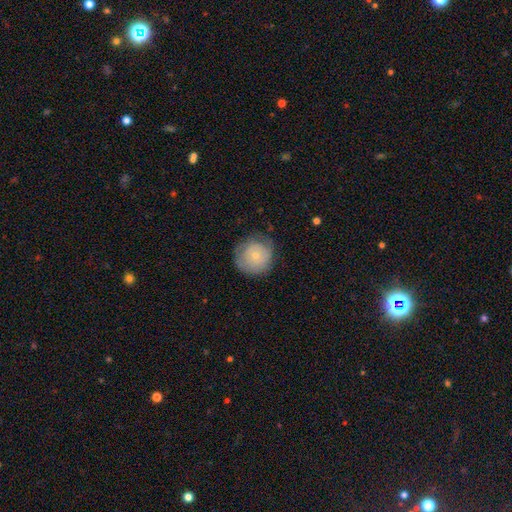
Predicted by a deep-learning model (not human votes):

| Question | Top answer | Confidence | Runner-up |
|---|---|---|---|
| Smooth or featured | smooth | 64% | featured or disk (28%) |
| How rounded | round | 92% | in between (7%) |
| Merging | none | 71% | minor disturbance (22%) |